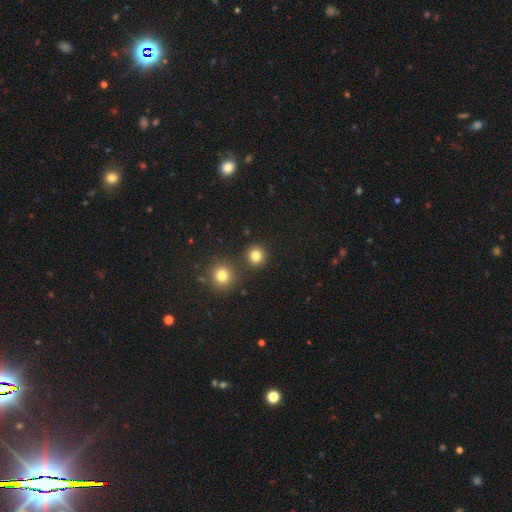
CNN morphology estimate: The model was most divided on "smooth or featured": smooth: 81%, star or artifact: 14%, featured or disk: 5%. More confident: how rounded — round (91%); merging — none (86%).